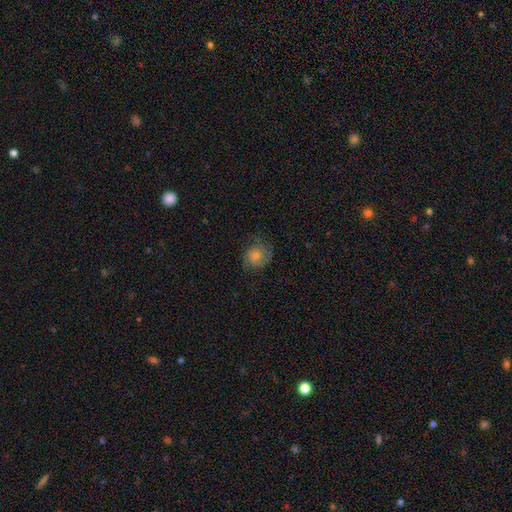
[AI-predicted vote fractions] This appears to be a featured or disk galaxy (60%) with no bar (76%), 2 (57%) tight (44%) spiral arms (91%) and a moderate central bulge (53%). Merging: none (70%).